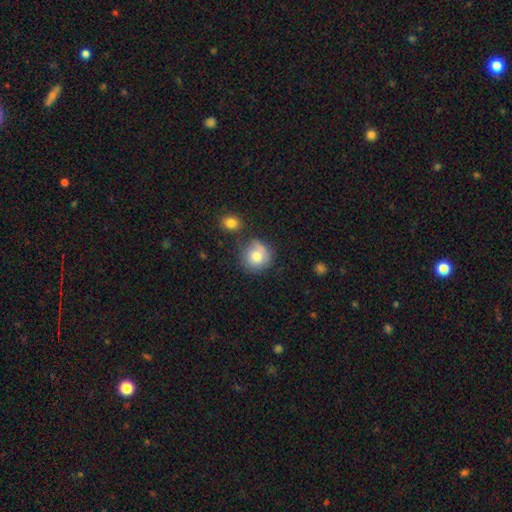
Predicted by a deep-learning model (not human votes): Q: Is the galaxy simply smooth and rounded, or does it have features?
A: smooth — 78%.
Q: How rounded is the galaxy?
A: round — 89%.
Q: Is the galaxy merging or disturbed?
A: none — 64%.